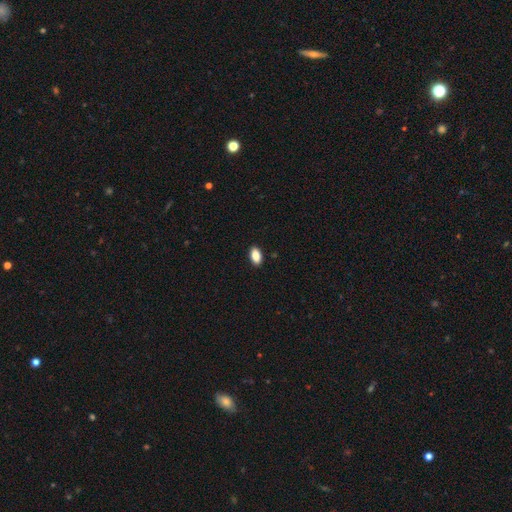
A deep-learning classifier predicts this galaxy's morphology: Smooth or featured? smooth (88%)
How rounded? in between (92%)
Merging? none (90%)